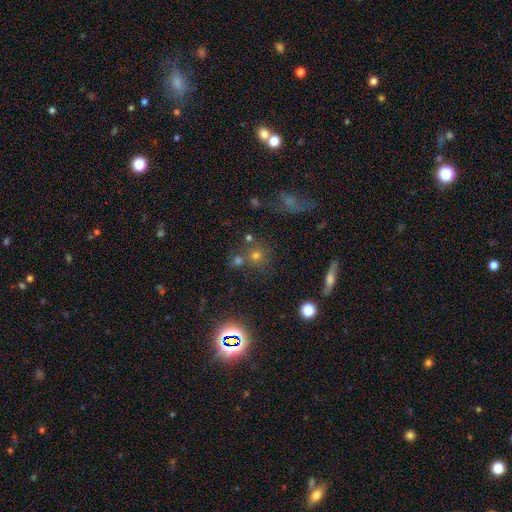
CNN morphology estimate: A smooth galaxy with no disk features (50%) that is round (88%).

Vote fractions:
- Smooth or featured? smooth: 50% / star or artifact: 37% / featured or disk: 13%
- How rounded? round: 88% / in between: 10% / cigar-shaped: 2%
- Merging? none: 66% / merger: 21% / minor disturbance: 9% / major disturbance: 4%